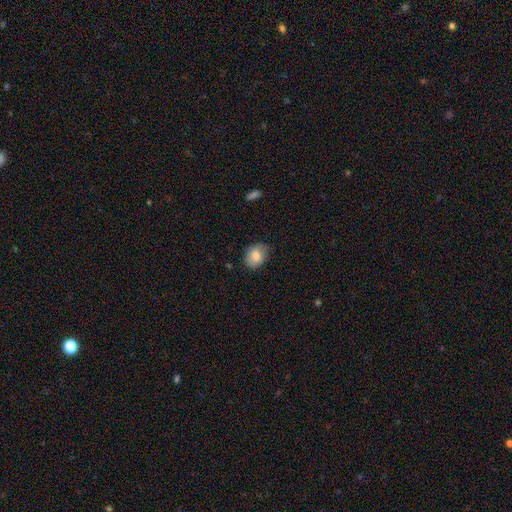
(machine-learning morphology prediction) smooth-or-featured: smooth: 81% | featured or disk: 11% | star or artifact: 8%
  how-rounded: in between: 60% | round: 39% | cigar-shaped: 1%
  merging: none: 76% | minor disturbance: 19% | major disturbance: 3% | merger: 1%